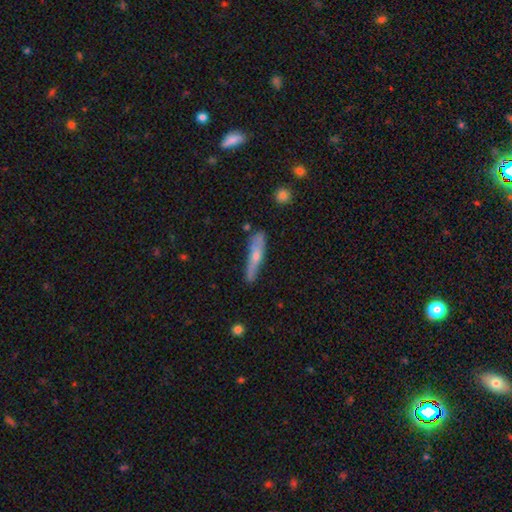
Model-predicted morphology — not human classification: This appears to be a smooth galaxy with no disk features (48%). Merging: none (71%).